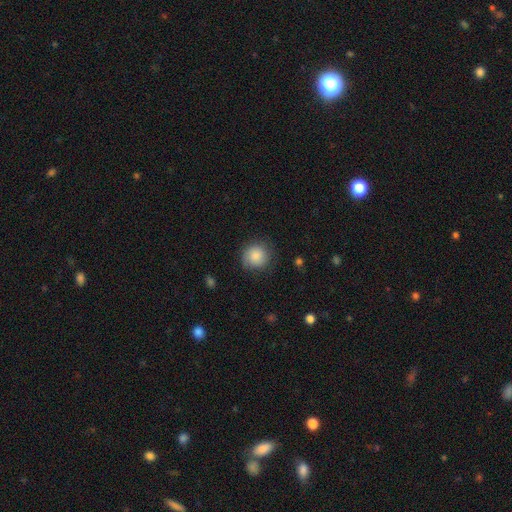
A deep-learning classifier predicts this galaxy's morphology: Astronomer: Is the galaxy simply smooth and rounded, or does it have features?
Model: smooth — 85%.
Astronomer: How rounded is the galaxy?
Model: round — 90%.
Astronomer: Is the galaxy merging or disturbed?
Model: none — 80%.